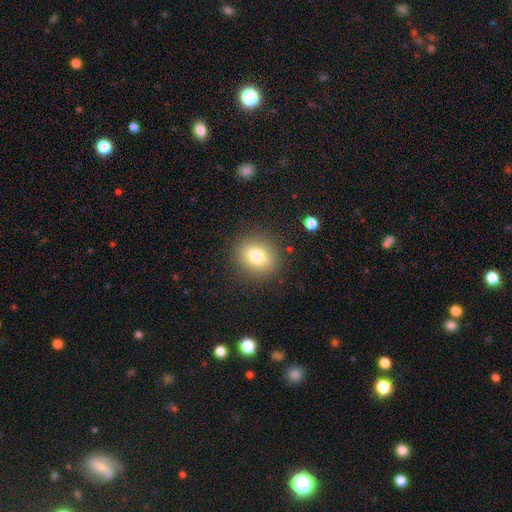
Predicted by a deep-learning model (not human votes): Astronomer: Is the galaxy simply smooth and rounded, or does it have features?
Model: smooth — 79%.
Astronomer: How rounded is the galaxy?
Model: round — 71%.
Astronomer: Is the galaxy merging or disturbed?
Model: none — 87%.